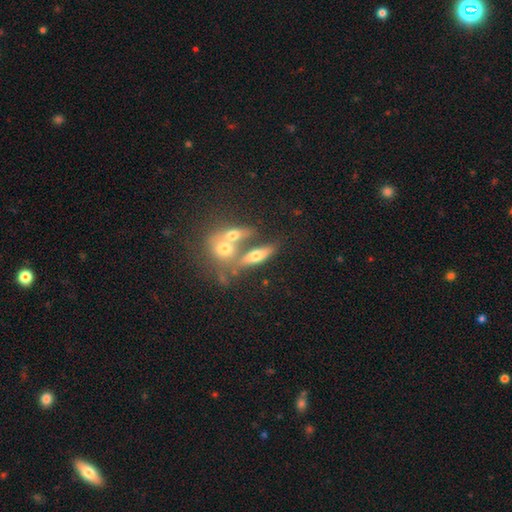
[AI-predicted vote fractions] This is possibly a smooth galaxy (48%). Merging: marginally merger (45%).